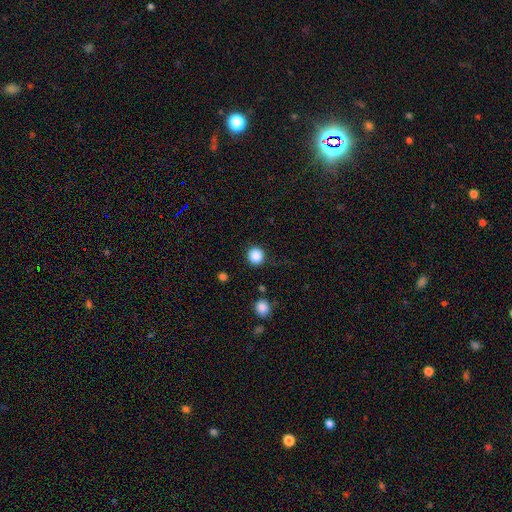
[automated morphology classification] smooth_or_featured: smooth (p=0.87) [alt: star or artifact p=0.10]
how_rounded: round (p=0.93) [alt: in between p=0.06]
merging: none (p=0.90) [alt: minor disturbance p=0.06]